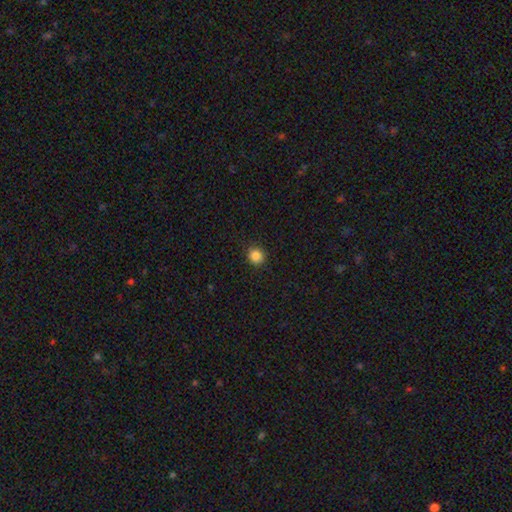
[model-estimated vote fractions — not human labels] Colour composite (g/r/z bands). It shows a smooth galaxy with no disk features (85%) that is round (91%). Merging: none (91%).